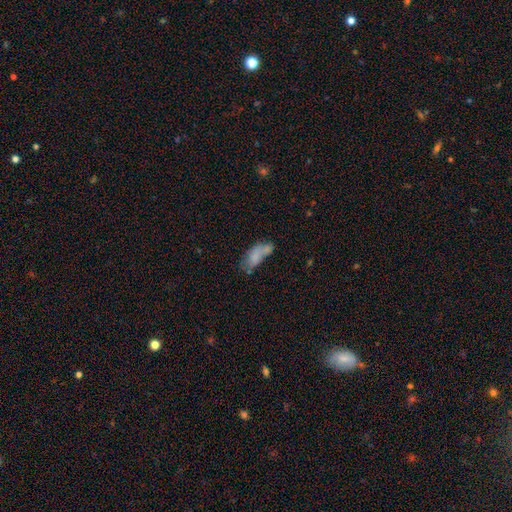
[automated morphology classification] A smooth galaxy with no disk features (70%) that is in between round and cigar-shaped (84%).

Vote fractions:
- Smooth or featured? smooth: 70% / featured or disk: 20% / star or artifact: 10%
- How rounded? in between: 84% / cigar-shaped: 12% / round: 3%
- Merging? merger: 31% / none: 30% / minor disturbance: 22% / major disturbance: 18%